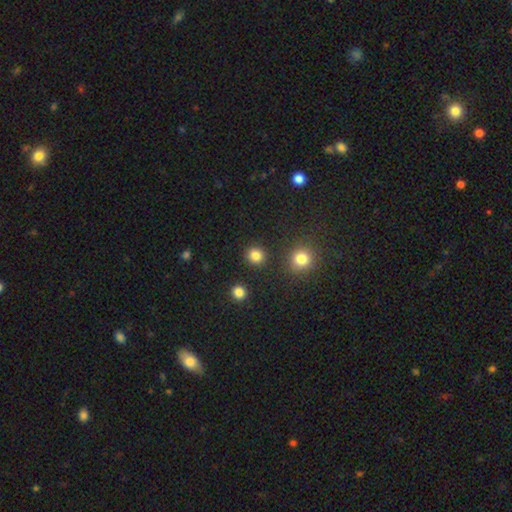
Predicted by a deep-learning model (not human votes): Overall: smooth (84%). How rounded: round (90%). Merging: none (90%).